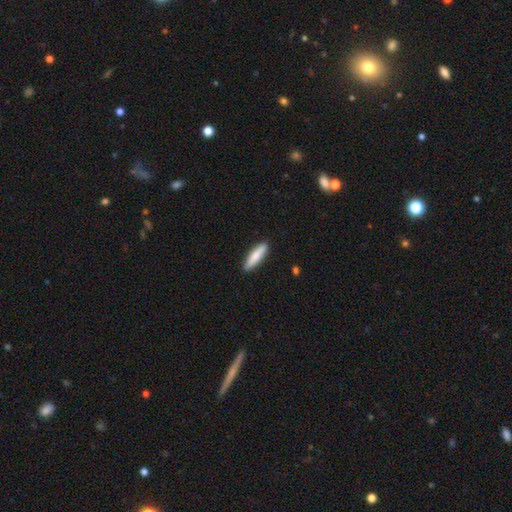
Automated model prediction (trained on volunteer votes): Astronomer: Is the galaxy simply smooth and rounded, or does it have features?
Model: smooth — 79%.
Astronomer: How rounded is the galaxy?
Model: cigar-shaped — 78%.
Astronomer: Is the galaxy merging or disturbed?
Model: none — 89%.